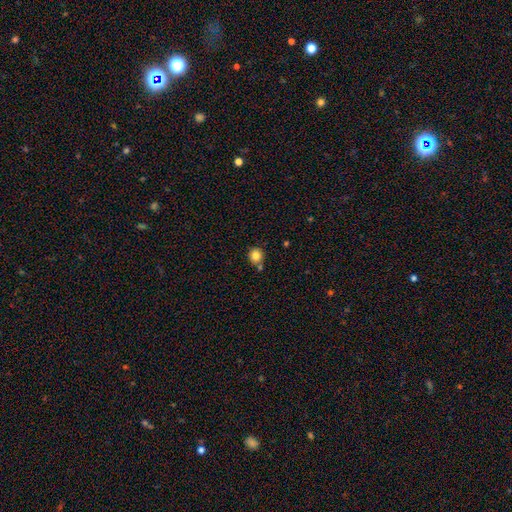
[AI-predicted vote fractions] This appears to be a smooth galaxy with no disk features (83%) that is round (89%). Merging: none (70%).